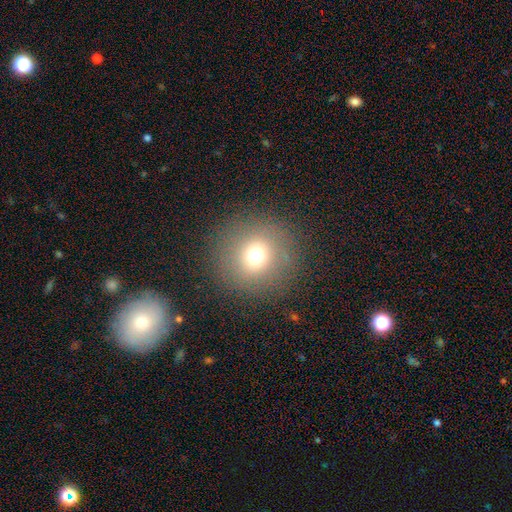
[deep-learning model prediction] Smooth or featured? Predicted: smooth (p=0.69). How rounded? Predicted: round (p=0.94). Merging? Predicted: none (p=0.88).